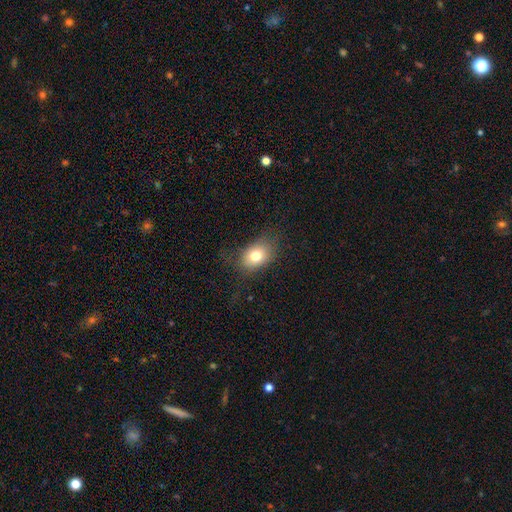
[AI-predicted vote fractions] Overall: smooth (76%). How rounded: in between (68%; round 31%). Merging: none (68%).